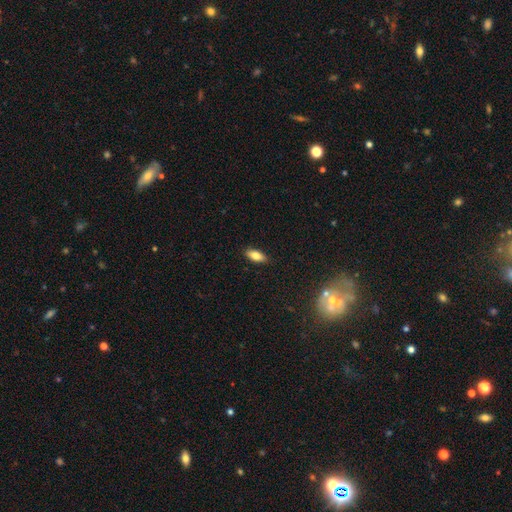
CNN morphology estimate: The model was most divided on "how rounded": in between: 82%, cigar-shaped: 15%, round: 3%. More confident: merging — none (88%); smooth or featured — smooth (80%).